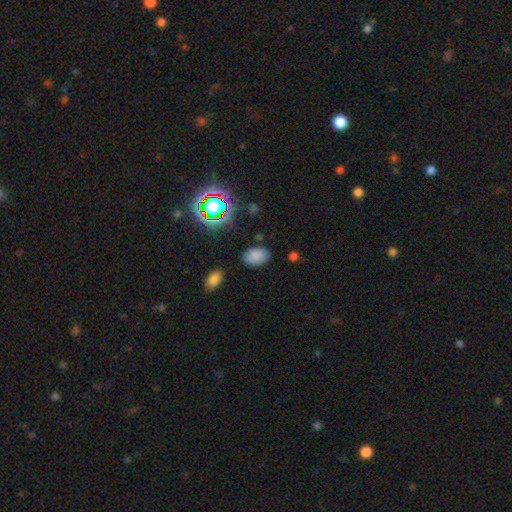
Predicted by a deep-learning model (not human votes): This is likely a smooth galaxy (79%). How rounded: clearly in between (86%). Merging: clearly none (81%).